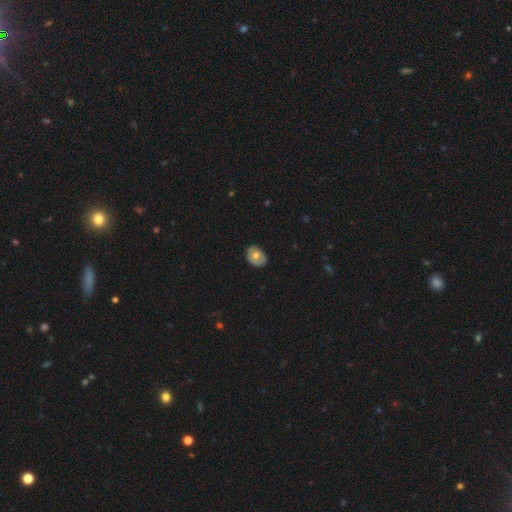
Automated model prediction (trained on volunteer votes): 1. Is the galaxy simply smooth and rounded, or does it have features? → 52% smooth, 41% featured or disk, 7% star or artifact.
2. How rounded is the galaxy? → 66% in between, 33% round, 1% cigar-shaped.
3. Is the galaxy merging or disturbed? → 75% none, 20% minor disturbance, 4% major disturbance, 1% merger.